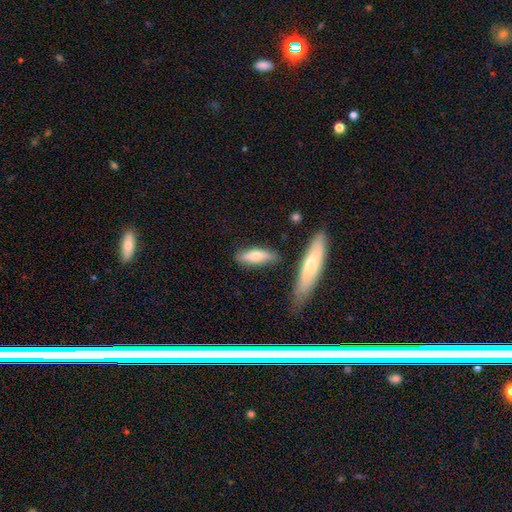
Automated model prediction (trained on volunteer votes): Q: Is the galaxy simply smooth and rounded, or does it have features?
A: smooth — 68%.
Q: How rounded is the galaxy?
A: cigar-shaped — 56%.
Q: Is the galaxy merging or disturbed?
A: none — 75%.